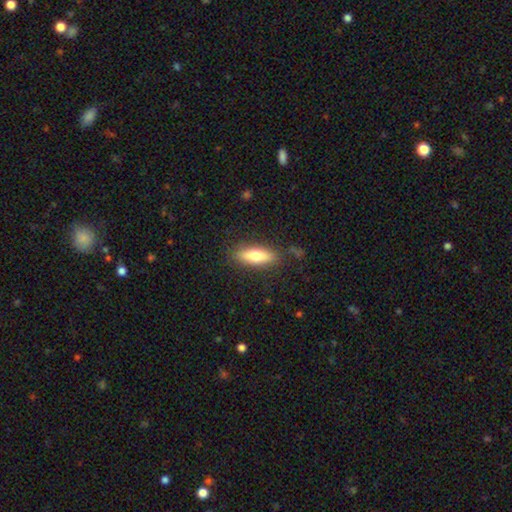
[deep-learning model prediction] A smooth galaxy with no disk features (71%) that is in between round and cigar-shaped (52%).

Vote fractions:
- Smooth or featured? smooth: 71% / featured or disk: 22% / star or artifact: 6%
- How rounded? in between: 52% / cigar-shaped: 45% / round: 2%
- Merging? none: 84% / minor disturbance: 11% / major disturbance: 3% / merger: 1%